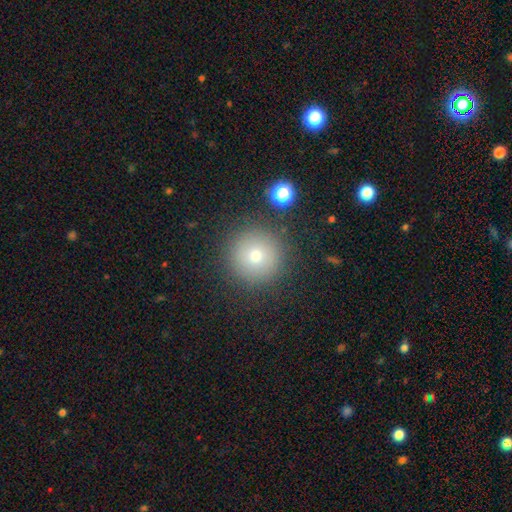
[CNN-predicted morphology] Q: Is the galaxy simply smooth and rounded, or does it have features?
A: smooth — 72%.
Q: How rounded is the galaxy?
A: round — 96%.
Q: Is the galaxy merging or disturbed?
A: none — 88%.